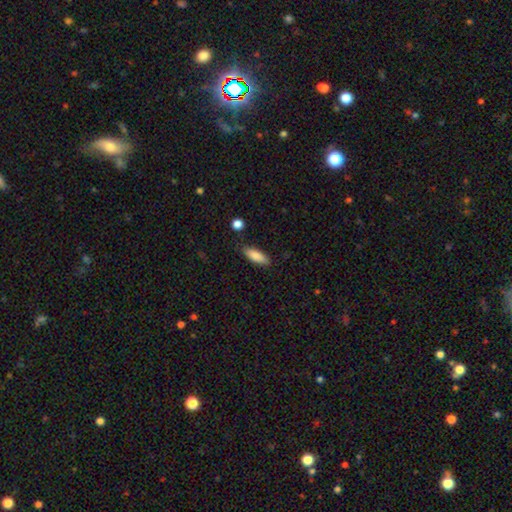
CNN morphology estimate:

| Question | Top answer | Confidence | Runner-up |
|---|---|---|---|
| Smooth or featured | smooth | 85% | featured or disk (8%) |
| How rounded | in between | 61% | cigar-shaped (37%) |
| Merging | none | 83% | minor disturbance (13%) |